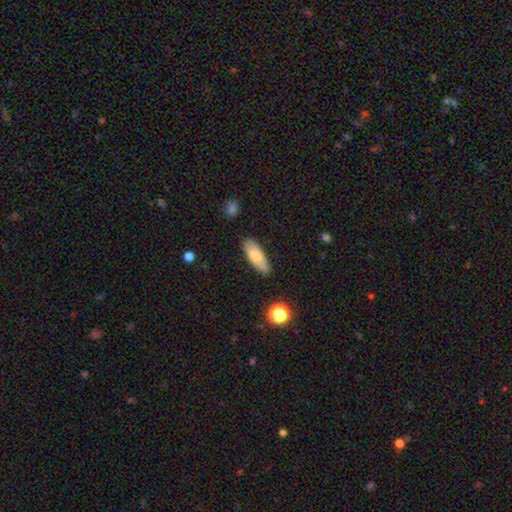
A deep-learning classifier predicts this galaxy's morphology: Smooth or featured?
  - smooth: 76% *
  - featured or disk: 18%
  - star or artifact: 7%
How rounded?
  - in between: 73% *
  - cigar-shaped: 24%
  - round: 2%
Merging?
  - none: 82% *
  - minor disturbance: 13%
  - major disturbance: 3%
  - merger: 2%